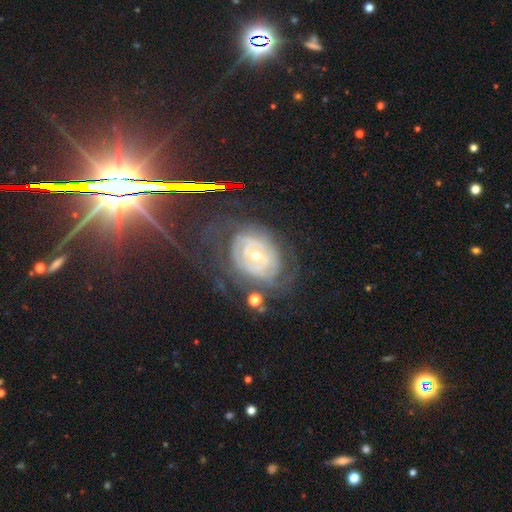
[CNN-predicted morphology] This is clearly a featured or disk galaxy (82%). It is clearly not viewed edge-on (96%). Bar: possibly no (53%). Spiral arm pattern: clearly yes (86%). Spiral arm count: possibly can't tell (51%). Spiral winding: likely tight (76%). Central bulge: possibly small (55%). Merging: likely none (64%).